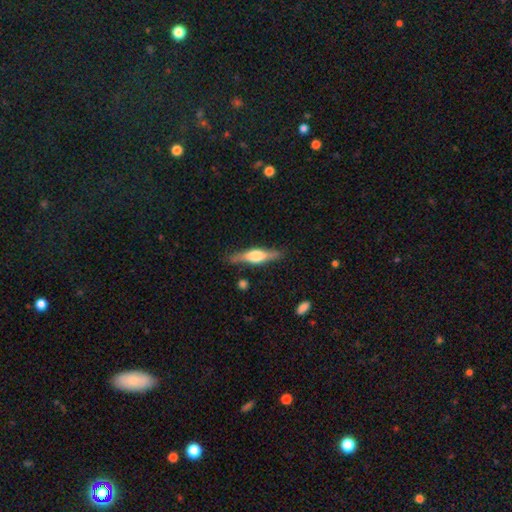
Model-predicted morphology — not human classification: This appears to be a featured or disk galaxy (62%) viewed edge-on (96%) with a rounded central bulge (83%). Merging: none (83%).